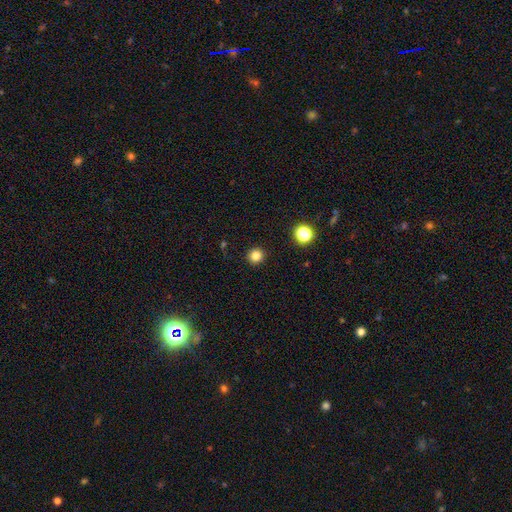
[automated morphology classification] A smooth galaxy with no disk features (82%) that is round (94%).

Vote fractions:
- Smooth or featured? smooth: 82% / star or artifact: 14% / featured or disk: 4%
- How rounded? round: 94% / in between: 5% / cigar-shaped: 1%
- Merging? none: 92% / minor disturbance: 5% / major disturbance: 2% / merger: 1%